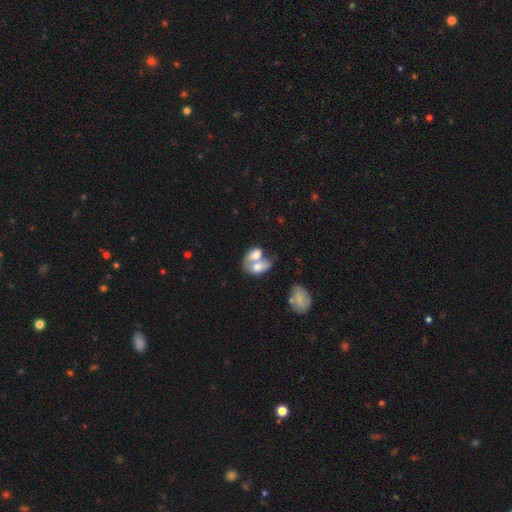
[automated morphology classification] This appears to be a smooth galaxy with no disk features (65%) that is in between round and cigar-shaped (81%). Merging: merger (78%).